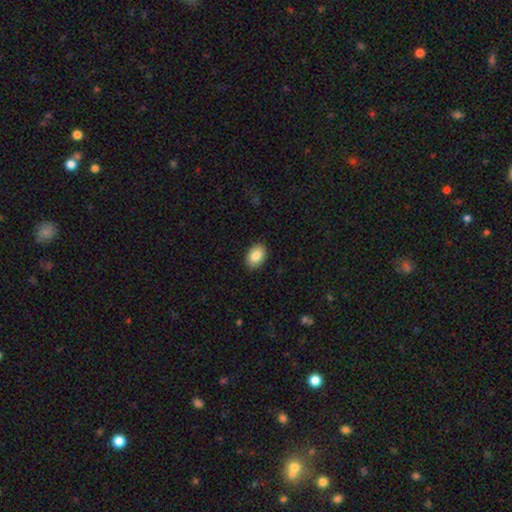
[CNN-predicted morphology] smooth 85%, featured or disk 8%, star or artifact 7%. Down the decision tree: how rounded — in between (86%); merging — none (88%).